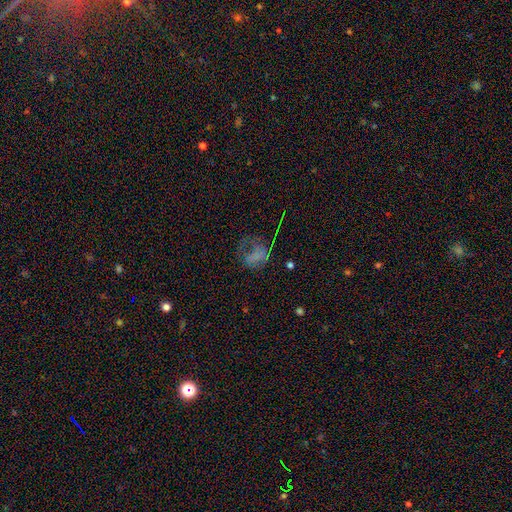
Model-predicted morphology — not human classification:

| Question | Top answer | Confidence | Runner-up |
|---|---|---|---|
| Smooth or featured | smooth | 47% | featured or disk (29%) |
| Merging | major disturbance | 41% | none (35%) |